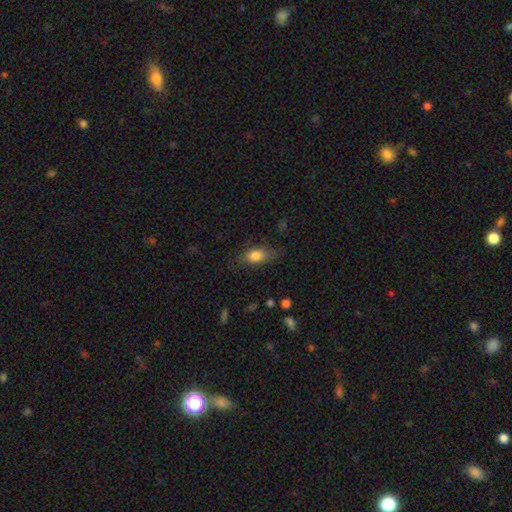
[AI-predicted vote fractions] Q: Smooth or featured?
A: smooth (80%); runner-up: featured or disk (12%)
Q: How rounded?
A: in between (81%); runner-up: round (10%)
Q: Merging?
A: none (71%); runner-up: minor disturbance (21%)